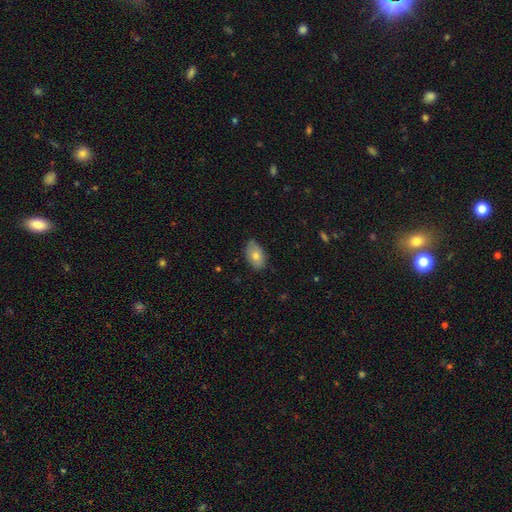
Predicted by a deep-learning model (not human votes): Q: Smooth or featured?
A: smooth (76%); runner-up: featured or disk (17%)
Q: How rounded?
A: in between (92%); runner-up: round (6%)
Q: Merging?
A: none (78%); runner-up: minor disturbance (18%)